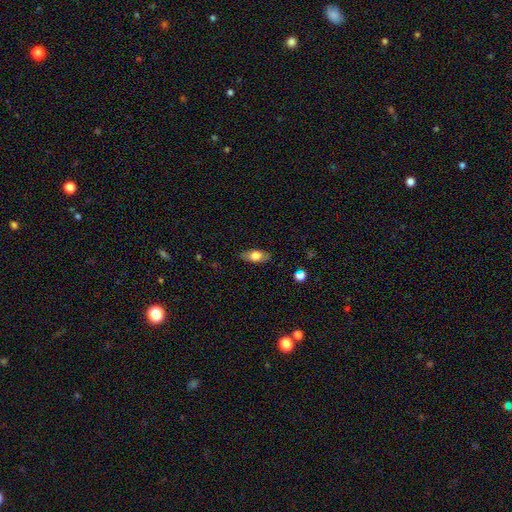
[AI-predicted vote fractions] smooth_or_featured: smooth (p=0.71) [alt: featured or disk p=0.22]
how_rounded: in between (p=0.83) [alt: cigar-shaped p=0.10]
merging: none (p=0.79) [alt: minor disturbance p=0.16]